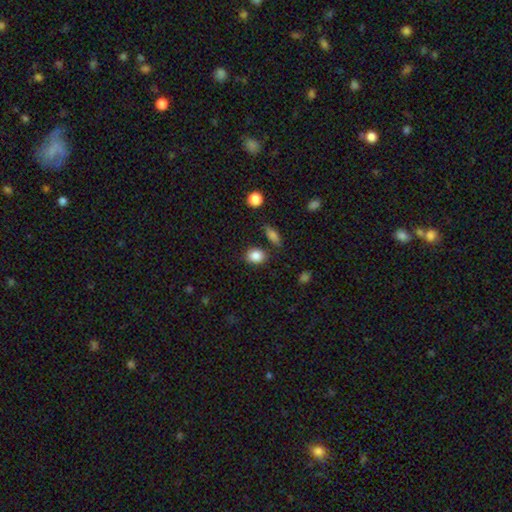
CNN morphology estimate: A smooth galaxy with no disk features (86%) that is in between round and cigar-shaped (54%).

Vote fractions:
- Smooth or featured? smooth: 86% / star or artifact: 9% / featured or disk: 5%
- How rounded? in between: 54% / round: 45% / cigar-shaped: 1%
- Merging? none: 79% / minor disturbance: 12% / merger: 5% / major disturbance: 3%